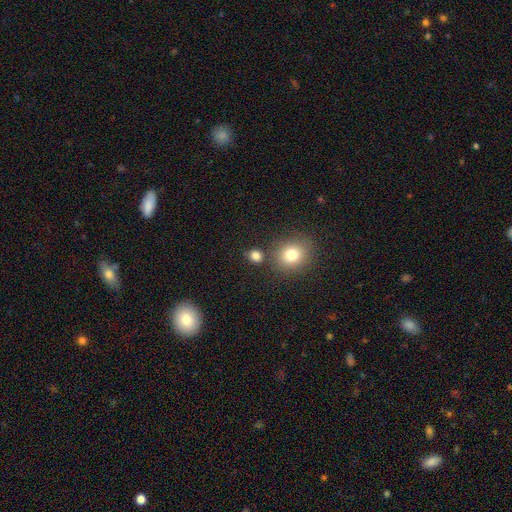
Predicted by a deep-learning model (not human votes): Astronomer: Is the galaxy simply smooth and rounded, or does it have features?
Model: smooth — 81%.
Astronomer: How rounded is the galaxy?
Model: round — 73%.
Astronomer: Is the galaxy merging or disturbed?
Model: none — 76%.